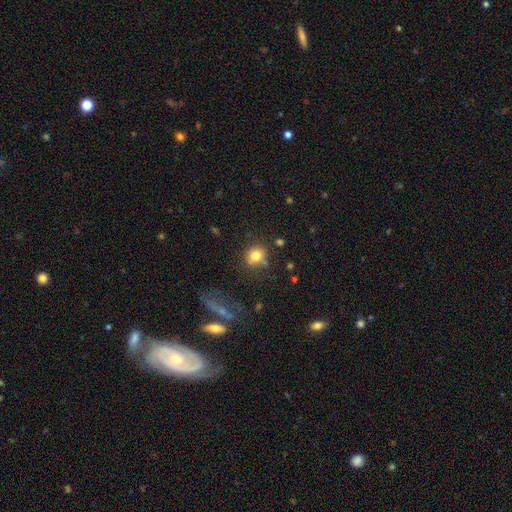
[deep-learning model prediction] Smooth or featured: smooth — 79% (star or artifact — 12%)
How rounded: round — 75% (in between — 24%)
Merging: none — 73% (minor disturbance — 16%)